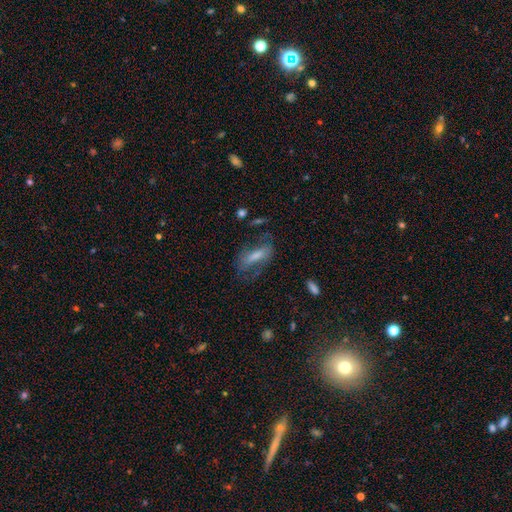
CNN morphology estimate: A featured or disk galaxy (49%). Merging: none (58%).